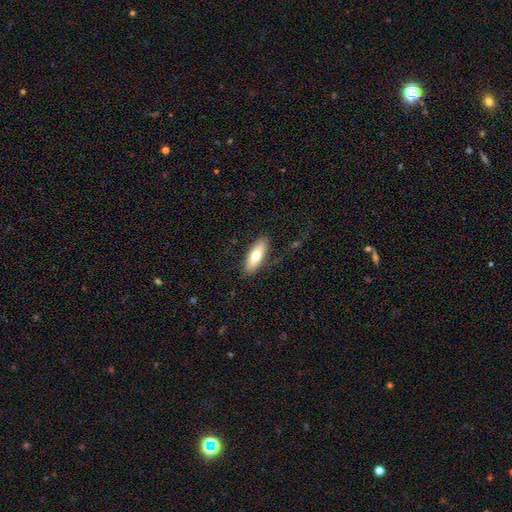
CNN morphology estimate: This is likely a smooth galaxy (69%). How rounded: likely in between (69%). Merging: clearly none (83%).